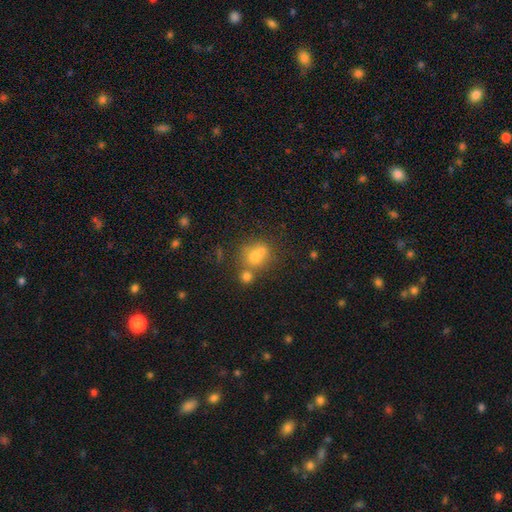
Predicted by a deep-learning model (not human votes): A smooth galaxy with no disk features (66%) that is round (72%).

Vote fractions:
- Smooth or featured? smooth: 66% / star or artifact: 17% / featured or disk: 17%
- How rounded? round: 72% / in between: 27% / cigar-shaped: 1%
- Merging? none: 45% / merger: 39% / minor disturbance: 11% / major disturbance: 6%